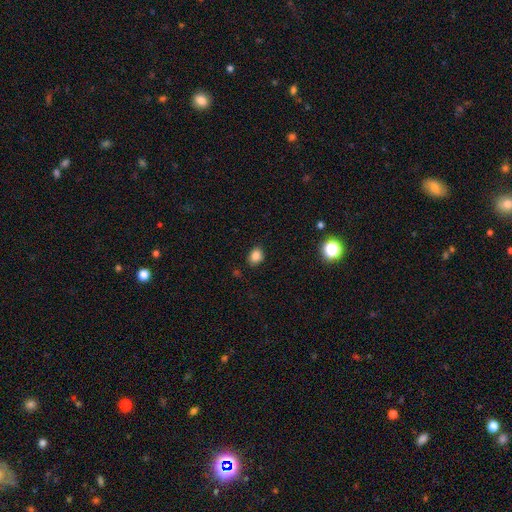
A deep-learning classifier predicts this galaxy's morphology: A smooth galaxy with no disk features (84%) that is in between round and cigar-shaped (52%). Merging: none (84%).